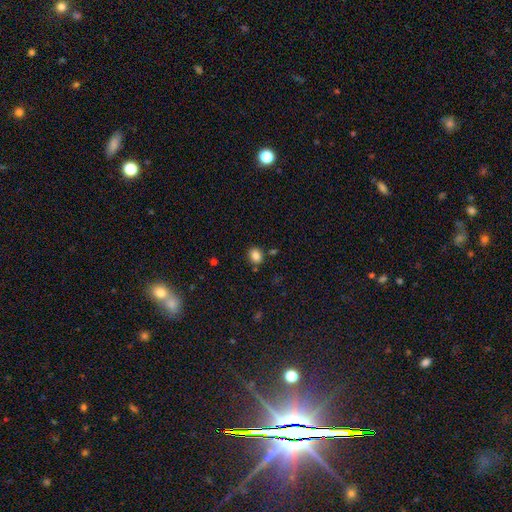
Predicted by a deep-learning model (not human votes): A smooth galaxy with no disk features (84%) that is round (53%).

Vote fractions:
- Smooth or featured? smooth: 84% / star or artifact: 11% / featured or disk: 5%
- How rounded? round: 53% / in between: 46% / cigar-shaped: 1%
- Merging? none: 80% / minor disturbance: 11% / merger: 6% / major disturbance: 3%